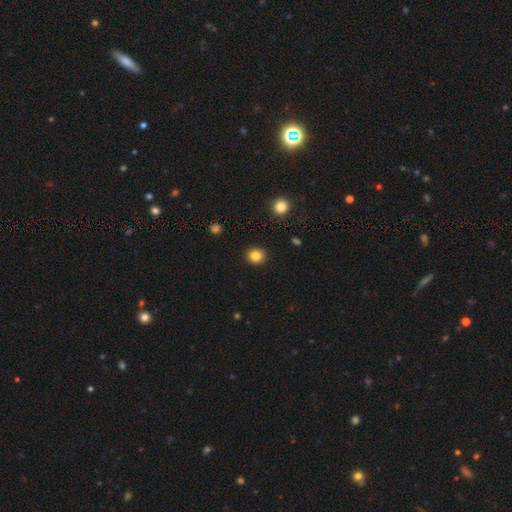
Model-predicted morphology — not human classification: Smooth or featured: smooth — 84% (star or artifact — 11%)
How rounded: round — 84% (in between — 15%)
Merging: none — 92% (minor disturbance — 6%)